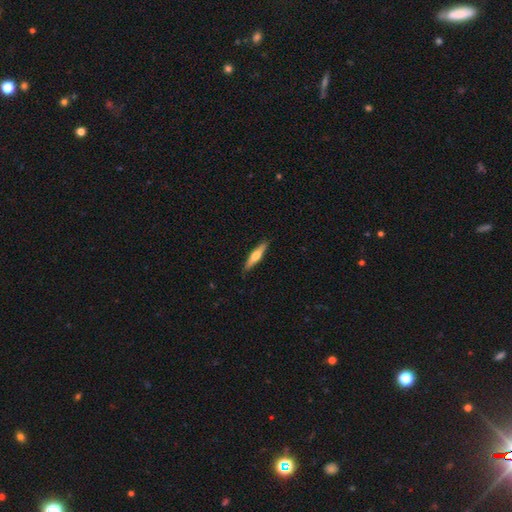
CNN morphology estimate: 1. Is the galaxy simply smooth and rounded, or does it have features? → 48% featured or disk, 47% smooth, 5% star or artifact.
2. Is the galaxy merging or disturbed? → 89% none, 8% minor disturbance, 2% major disturbance, 1% merger.